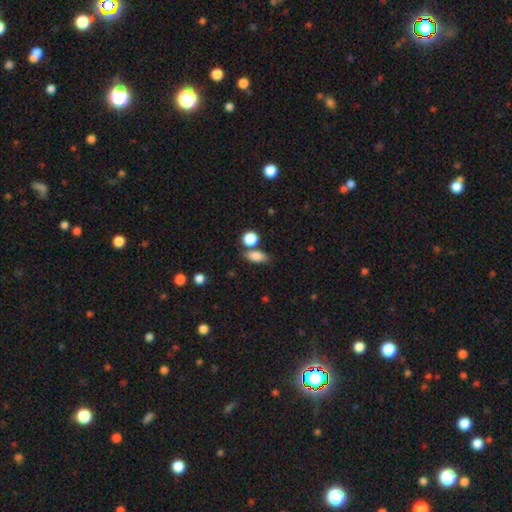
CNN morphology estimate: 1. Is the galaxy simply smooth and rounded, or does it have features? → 83% smooth, 10% star or artifact, 8% featured or disk.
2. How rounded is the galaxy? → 77% in between, 13% round, 10% cigar-shaped.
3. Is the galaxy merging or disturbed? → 66% none, 16% merger, 13% minor disturbance, 4% major disturbance.